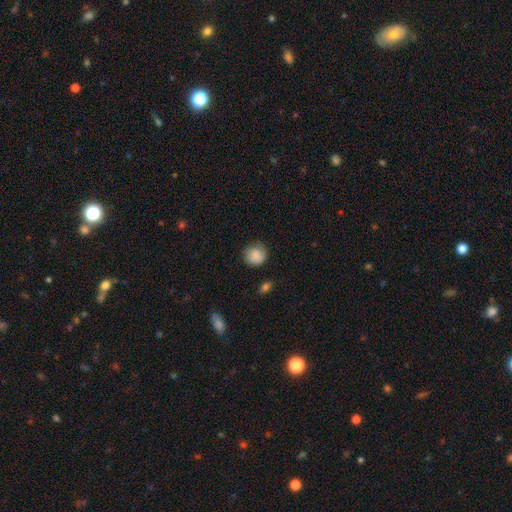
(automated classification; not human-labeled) Morphology: type=smooth (86%); roundness=round (90%); merging=none (79%).